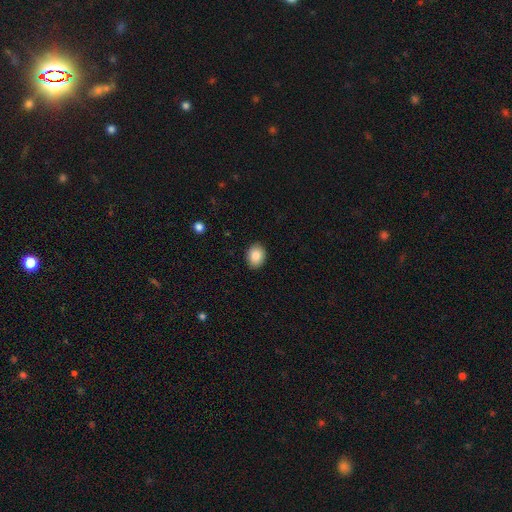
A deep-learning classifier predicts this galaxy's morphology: A smooth galaxy with no disk features (86%) that is in between round and cigar-shaped (58%). Merging: none (91%).